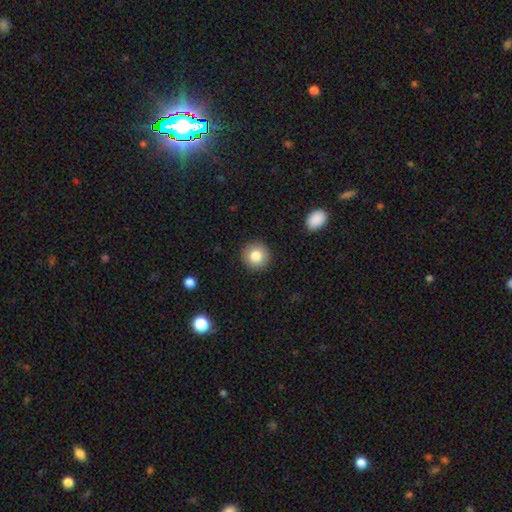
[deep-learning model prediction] Smooth or featured? Predicted: smooth (p=0.82). How rounded? Predicted: round (p=0.93). Merging? Predicted: none (p=0.91).